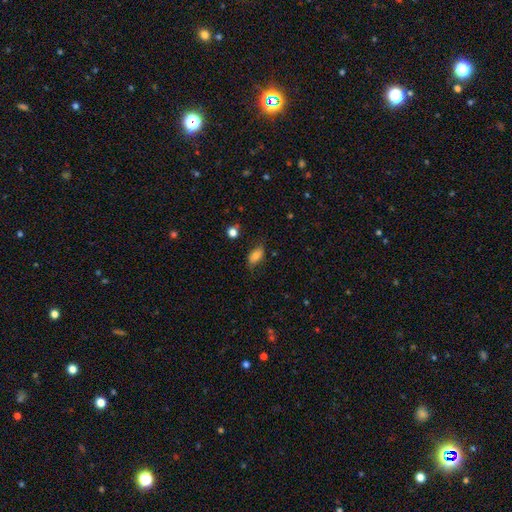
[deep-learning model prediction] Smooth or featured? Predicted: smooth (p=0.78). How rounded? Predicted: in between (p=0.87). Merging? Predicted: none (p=0.70).